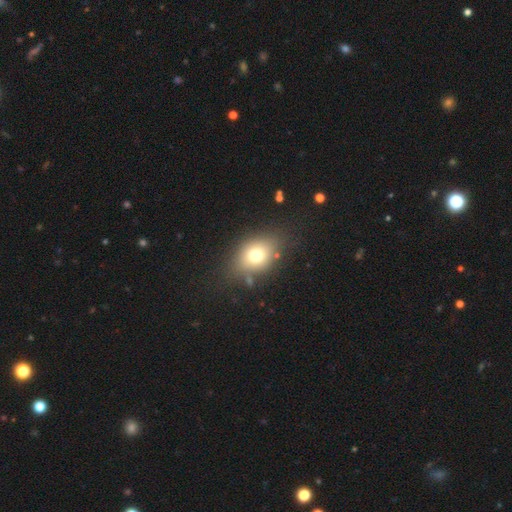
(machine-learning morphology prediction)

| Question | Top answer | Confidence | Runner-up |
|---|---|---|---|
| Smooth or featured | smooth | 65% | featured or disk (18%) |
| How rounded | in between | 64% | round (32%) |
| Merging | none | 80% | minor disturbance (14%) |